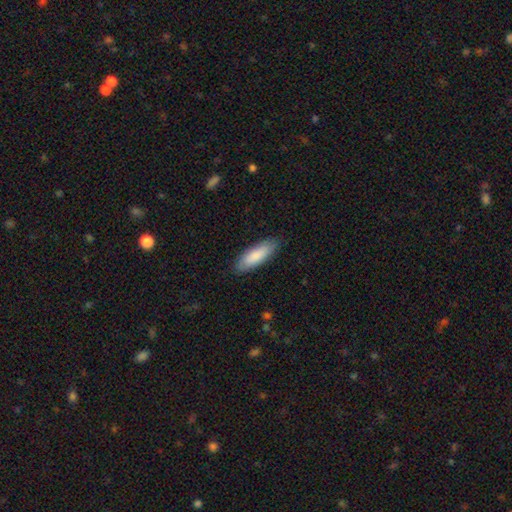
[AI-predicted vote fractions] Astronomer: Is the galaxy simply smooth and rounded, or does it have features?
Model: smooth — 85%.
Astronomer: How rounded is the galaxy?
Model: in between — 55% (runner-up: cigar-shaped, 44%).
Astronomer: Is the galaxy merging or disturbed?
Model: none — 86%.